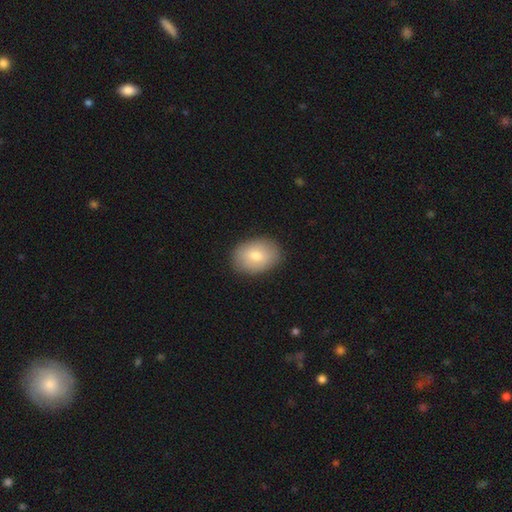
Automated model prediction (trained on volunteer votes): A smooth galaxy with no disk features (76%) that is in between round and cigar-shaped (75%).

Vote fractions:
- Smooth or featured? smooth: 76% / featured or disk: 17% / star or artifact: 8%
- How rounded? in between: 75% / round: 24% / cigar-shaped: 1%
- Merging? none: 87% / minor disturbance: 9% / major disturbance: 2% / merger: 1%